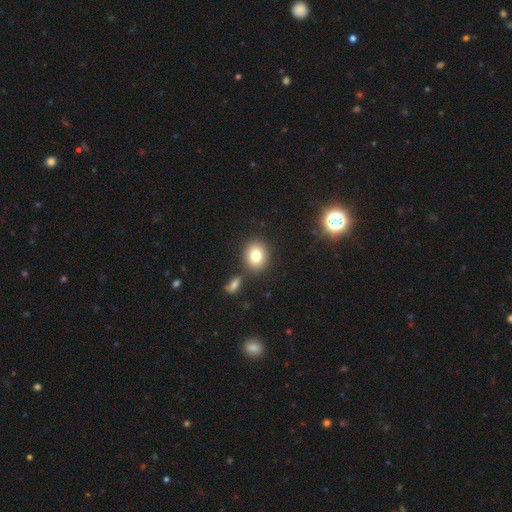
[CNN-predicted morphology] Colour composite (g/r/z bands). It shows a smooth galaxy with no disk features (79%) that is round (69%). Merging: none (80%).